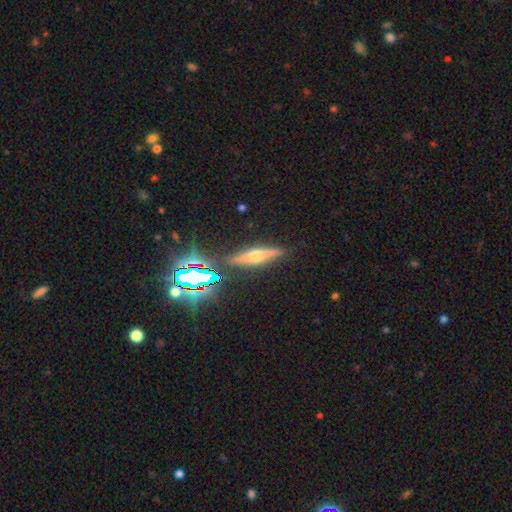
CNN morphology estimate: smooth_or_featured: featured or disk (p=0.54) [alt: smooth p=0.29]
disk_edge_on: yes (p=0.94) [alt: no p=0.06]
edge_on_bulge: rounded (p=0.88) [alt: boxy p=0.07]
merging: none (p=0.87) [alt: minor disturbance p=0.09]